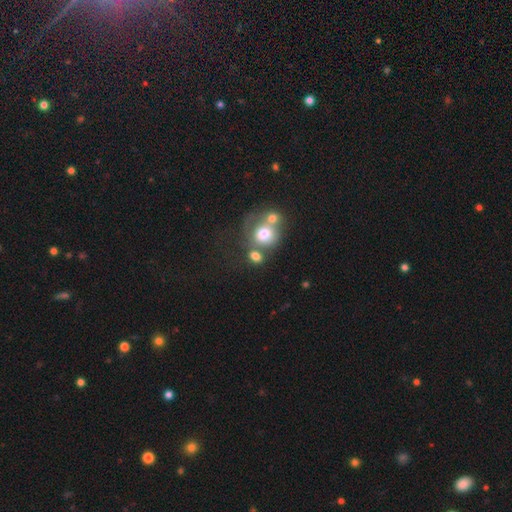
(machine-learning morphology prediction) Smooth or featured?
  - smooth: 68% *
  - featured or disk: 20%
  - star or artifact: 13%
How rounded?
  - round: 72% *
  - in between: 27%
  - cigar-shaped: 1%
Merging?
  - merger: 47% *
  - none: 33%
  - minor disturbance: 10%
  - major disturbance: 9%